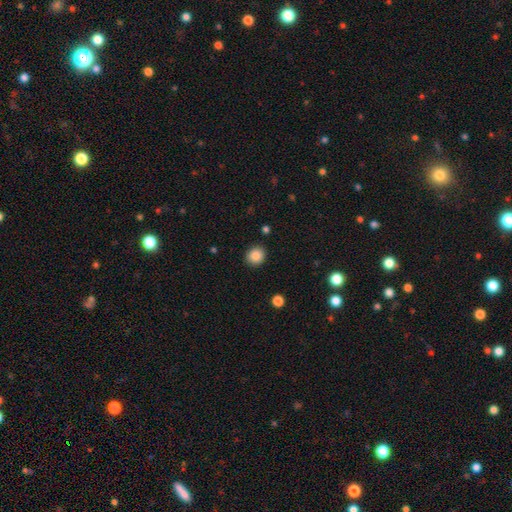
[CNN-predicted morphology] Smooth or featured? Predicted: smooth (p=0.87). How rounded? Predicted: round (p=0.77). Merging? Predicted: none (p=0.89).